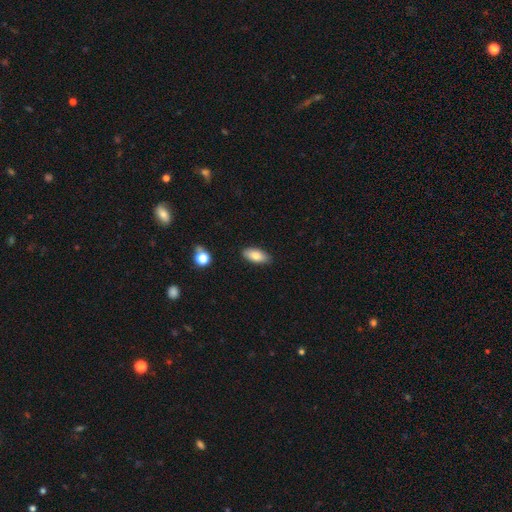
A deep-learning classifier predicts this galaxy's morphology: smooth_or_featured: smooth (p=0.82) [alt: featured or disk p=0.11]
how_rounded: in between (p=0.89) [alt: cigar-shaped p=0.08]
merging: none (p=0.87) [alt: minor disturbance p=0.10]